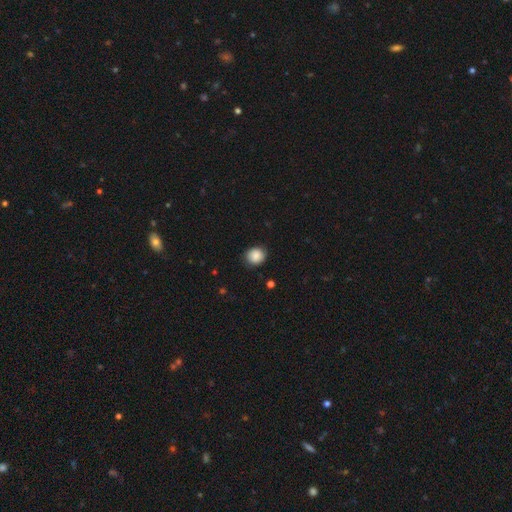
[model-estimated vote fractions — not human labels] A smooth galaxy with no disk features (86%) that is round (76%). Merging: none (84%).